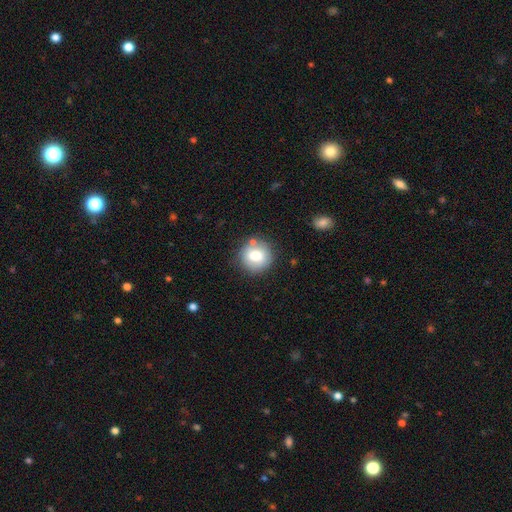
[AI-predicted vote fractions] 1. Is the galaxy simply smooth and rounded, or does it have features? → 77% smooth, 15% featured or disk, 9% star or artifact.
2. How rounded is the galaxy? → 88% round, 11% in between, 1% cigar-shaped.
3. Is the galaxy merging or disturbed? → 75% none, 14% minor disturbance, 7% merger, 4% major disturbance.